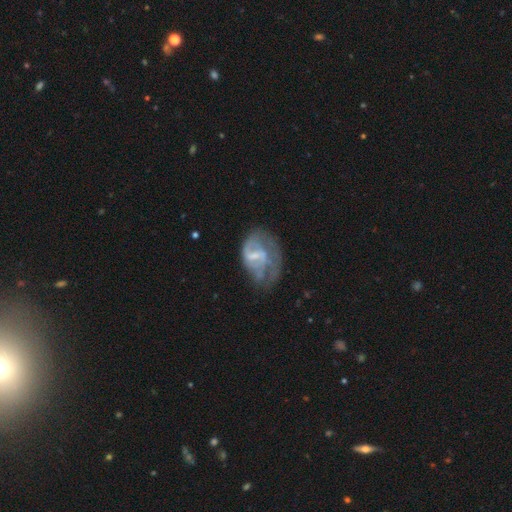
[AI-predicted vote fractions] Overall: featured or disk (70%). Edge-on disk: no (97%). Bar: weak (54%; no 31%). Spiral arms: yes (71%). Bulge size: small (42%; none 28%). Merging: major disturbance (38%; none 33%).